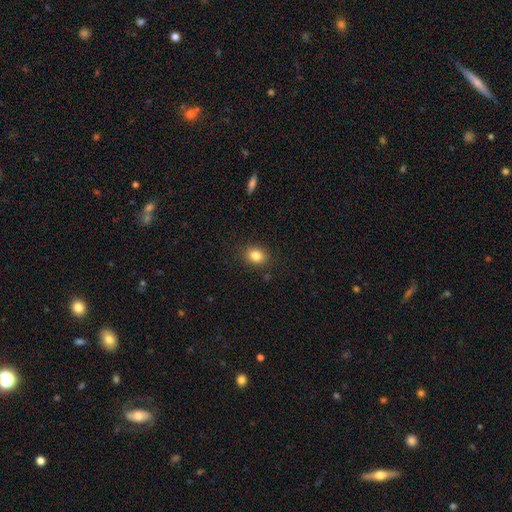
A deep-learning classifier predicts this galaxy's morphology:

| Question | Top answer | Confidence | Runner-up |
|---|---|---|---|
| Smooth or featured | smooth | 83% | star or artifact (10%) |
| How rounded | in between | 56% | round (43%) |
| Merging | none | 87% | minor disturbance (9%) |